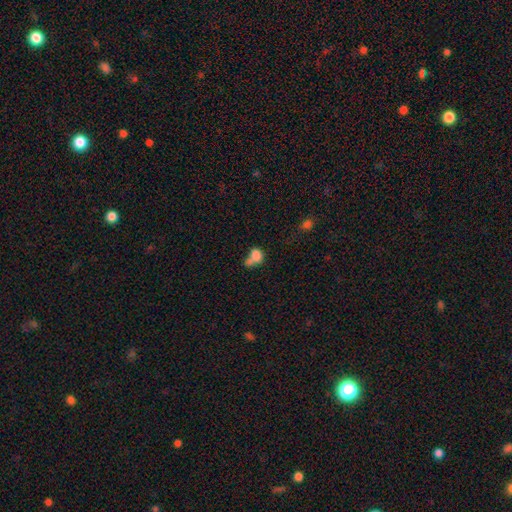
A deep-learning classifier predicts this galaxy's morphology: type=smooth (76%); roundness=in between (60%); merging=merger (45%).